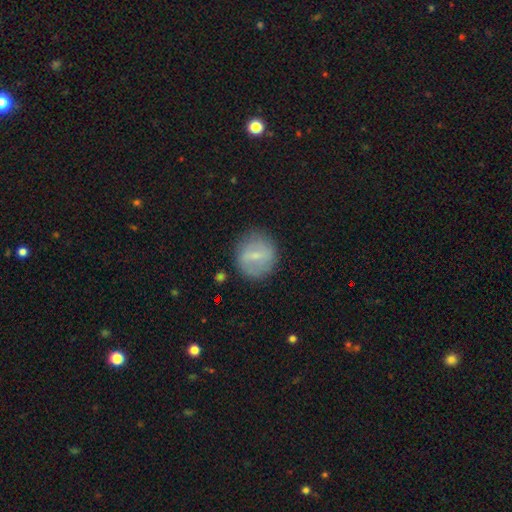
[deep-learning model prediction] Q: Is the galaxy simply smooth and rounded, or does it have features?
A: smooth — 51%.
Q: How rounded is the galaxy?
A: round — 81%.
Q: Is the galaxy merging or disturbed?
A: none — 78%.